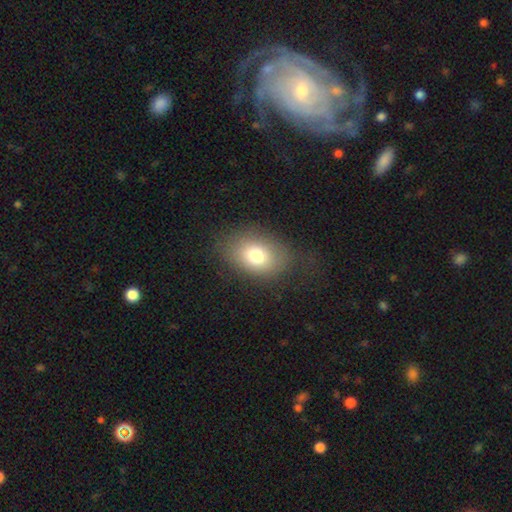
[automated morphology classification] Smooth or featured? smooth (76%)
How rounded? in between (69%)
Merging? none (76%)